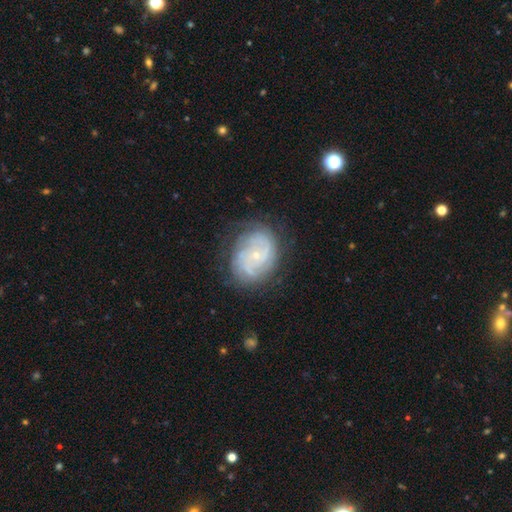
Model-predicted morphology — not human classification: smooth-or-featured: featured or disk: 78% | smooth: 15% | star or artifact: 7%
  disk-edge-on: no: 97% | yes: 3%
    bar: no: 72% | weak: 24% | strong: 4%
    has-spiral-arms: yes: 92% | no: 8%
      spiral-winding: tight: 60% | medium: 31% | loose: 9%
      spiral-arm-count: can't tell: 37% | 2: 26% | 3: 16% | 4: 10% | more than 4: 6% | 1: 5%
    bulge-size: small: 81% | moderate: 15% | none: 2% | large: 1% | dominant: 1%
  merging: none: 73% | minor disturbance: 18% | major disturbance: 7% | merger: 1%